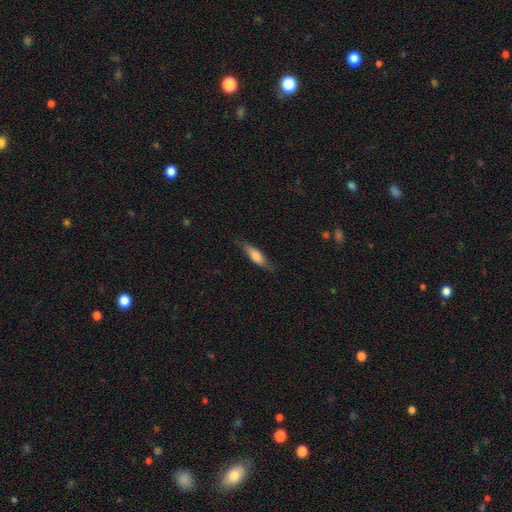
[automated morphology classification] Smooth or featured? smooth (64%)
How rounded? cigar-shaped (58%)
Merging? none (73%)